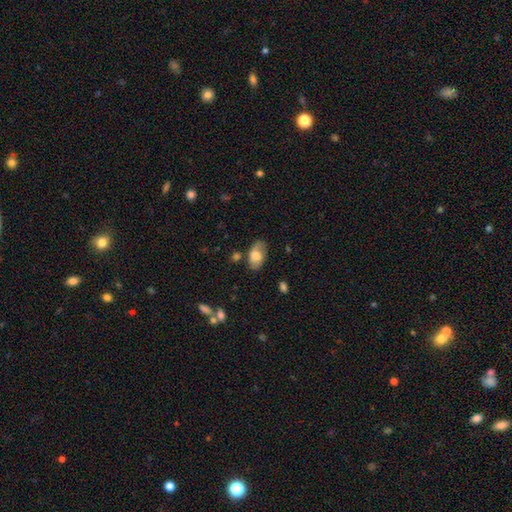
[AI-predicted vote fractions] Smooth or featured? Predicted: smooth (p=0.72). How rounded? Predicted: in between (p=0.93). Merging? Predicted: none (p=0.72).